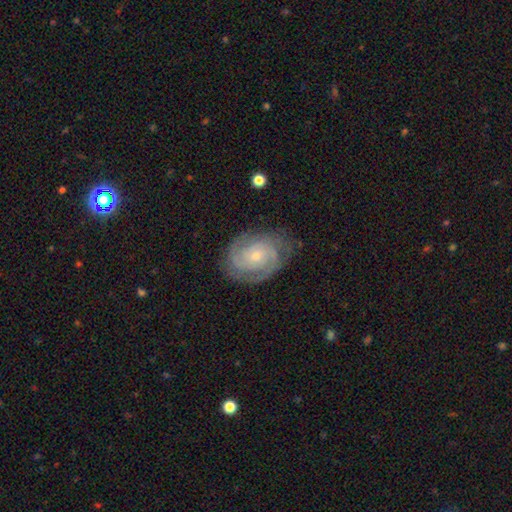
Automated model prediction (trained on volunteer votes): smooth-or-featured: featured or disk: 87% | smooth: 8% | star or artifact: 5%
  disk-edge-on: no: 98% | yes: 2%
    bar: no: 72% | weak: 24% | strong: 4%
    has-spiral-arms: yes: 97% | no: 3%
      spiral-winding: tight: 65% | medium: 30% | loose: 5%
      spiral-arm-count: 2: 42% | 3: 28% | can't tell: 16% | 4: 6% | 1: 4% | more than 4: 4%
    bulge-size: small: 68% | moderate: 28% | none: 2% | large: 1% | dominant: 1%
  merging: none: 77% | minor disturbance: 16% | major disturbance: 5% | merger: 1%